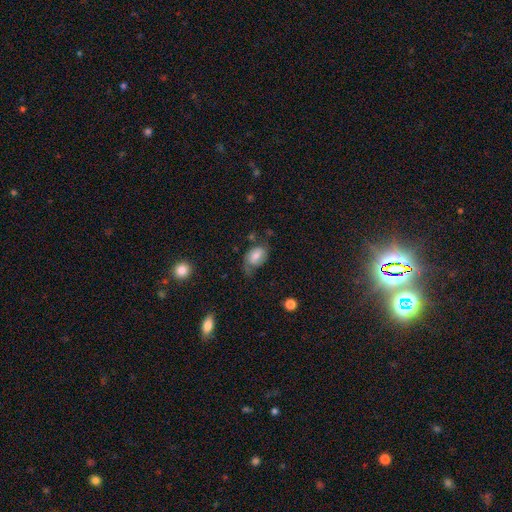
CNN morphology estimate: Smooth or featured: smooth — 65% (featured or disk — 26%)
How rounded: in between — 85% (round — 14%)
Merging: none — 41% (minor disturbance — 33%)